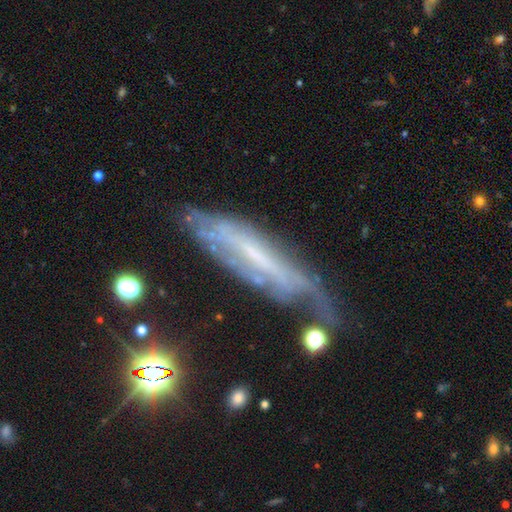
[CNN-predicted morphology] featured or disk 73%, smooth 18%, star or artifact 10%. Down the decision tree: edge-on disk — no (55%); merging — none (52%).